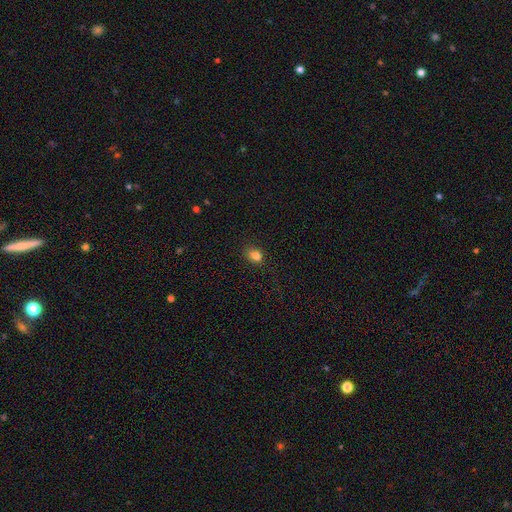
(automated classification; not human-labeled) Morphology: type=smooth (81%); roundness=in between (62%); merging=none (75%).